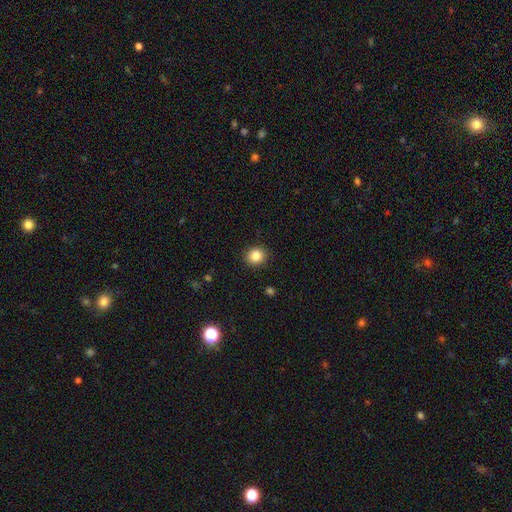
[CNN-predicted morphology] smooth 85%, star or artifact 10%, featured or disk 5%. Down the decision tree: how rounded — round (85%); merging — none (91%).